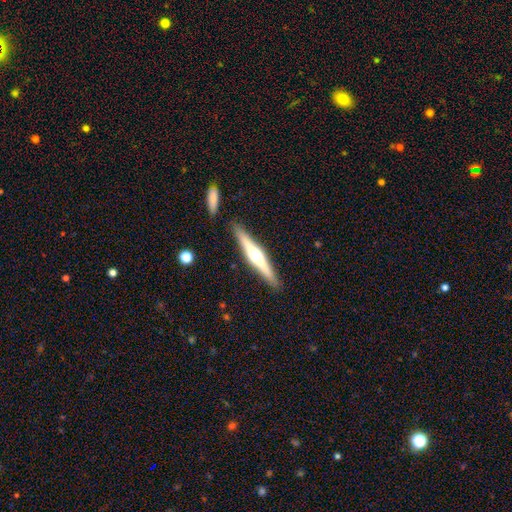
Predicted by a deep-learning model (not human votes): Overall: featured or disk (69%). Edge-on disk: yes (98%). Edge-on bulge: rounded (92%). Merging: none (89%).